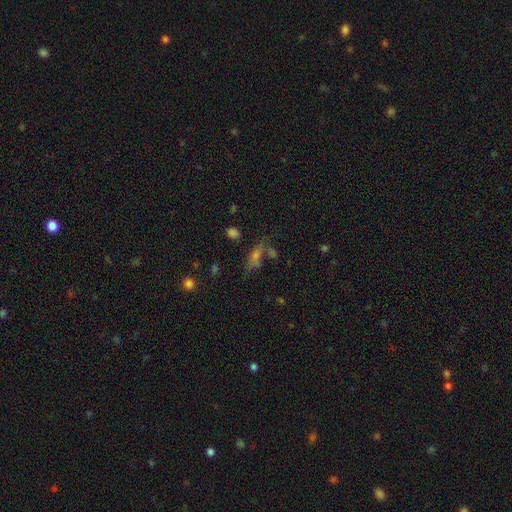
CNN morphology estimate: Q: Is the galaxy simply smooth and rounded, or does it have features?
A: smooth — 45%.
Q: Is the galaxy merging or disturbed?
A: none — 55%.